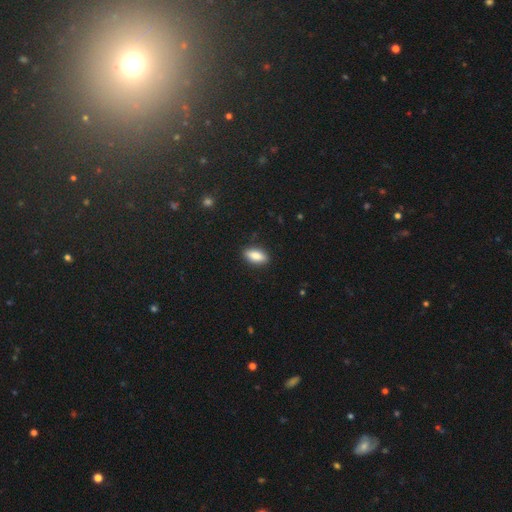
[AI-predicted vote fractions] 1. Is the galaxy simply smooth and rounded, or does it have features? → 83% smooth, 10% featured or disk, 7% star or artifact.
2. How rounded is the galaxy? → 82% in between, 15% cigar-shaped, 3% round.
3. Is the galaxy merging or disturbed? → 88% none, 9% minor disturbance, 2% major disturbance, 1% merger.